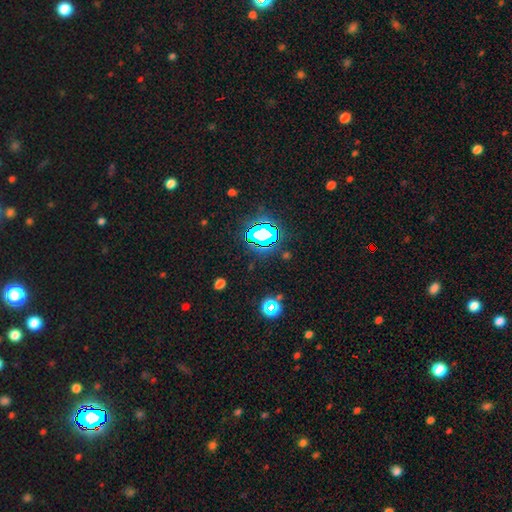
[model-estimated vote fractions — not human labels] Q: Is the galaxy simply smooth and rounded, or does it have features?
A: star or artifact — 78%.